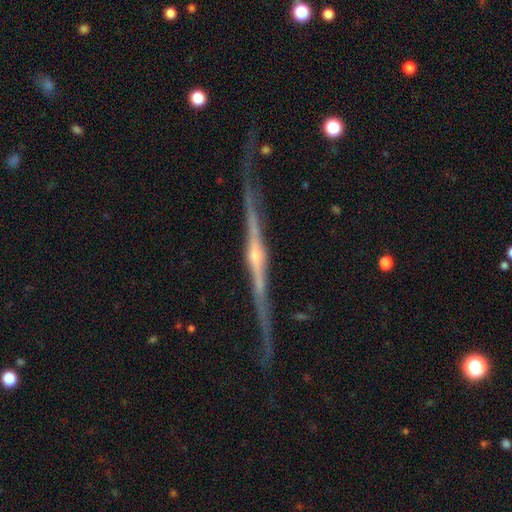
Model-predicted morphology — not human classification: Smooth or featured?
  - featured or disk: 89% *
  - smooth: 6%
  - star or artifact: 5%
Edge-on disk?
  - yes: 98% *
  - no: 2%
Edge-on bulge?
  - rounded: 78% *
  - none: 15%
  - boxy: 7%
Merging?
  - none: 81% *
  - minor disturbance: 14%
  - major disturbance: 3%
  - merger: 2%